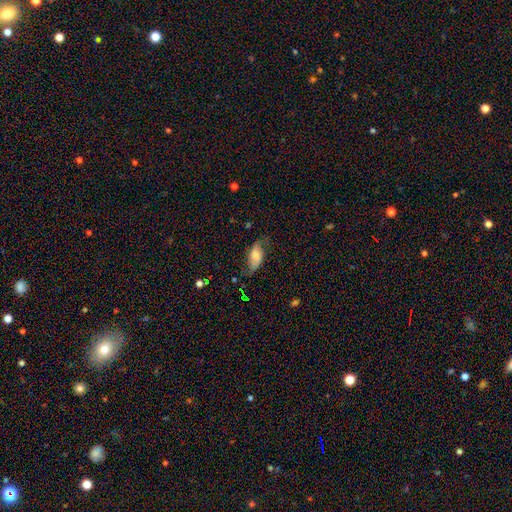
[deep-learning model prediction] A featured or disk galaxy (48%). Merging: none (59%).